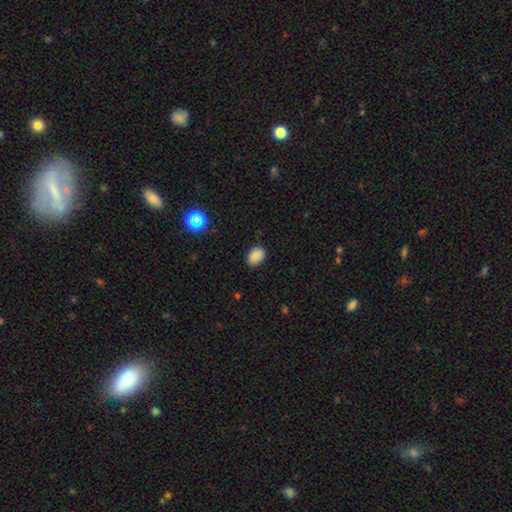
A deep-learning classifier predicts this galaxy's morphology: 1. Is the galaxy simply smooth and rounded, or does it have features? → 85% smooth, 11% star or artifact, 4% featured or disk.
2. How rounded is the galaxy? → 76% in between, 23% round, 1% cigar-shaped.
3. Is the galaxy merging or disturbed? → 83% none, 13% minor disturbance, 3% major disturbance, 1% merger.